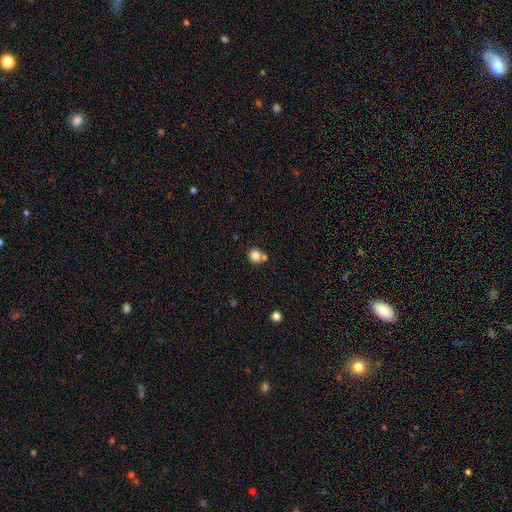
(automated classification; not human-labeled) A smooth galaxy with no disk features (82%) that is round (85%).

Vote fractions:
- Smooth or featured? smooth: 82% / star or artifact: 12% / featured or disk: 6%
- How rounded? round: 85% / in between: 14% / cigar-shaped: 1%
- Merging? none: 61% / merger: 26% / minor disturbance: 9% / major disturbance: 4%